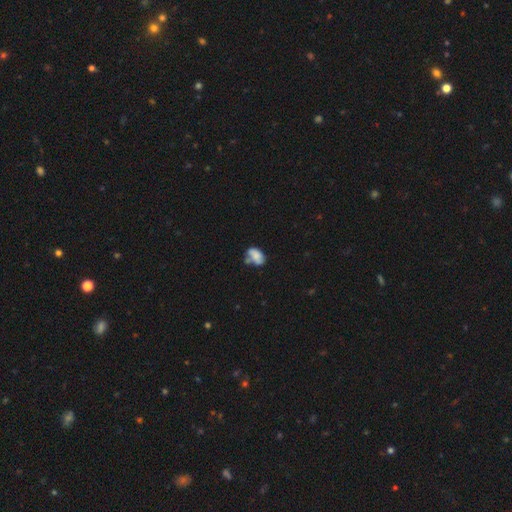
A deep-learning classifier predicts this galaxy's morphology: type=smooth (71%); roundness=in between (88%); merging=none (38%).